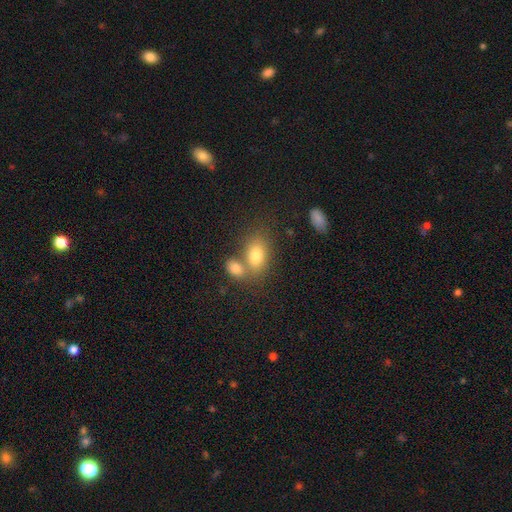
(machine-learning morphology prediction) This is likely a smooth galaxy (77%). How rounded: clearly in between (84%). Merging: marginally none (43%).